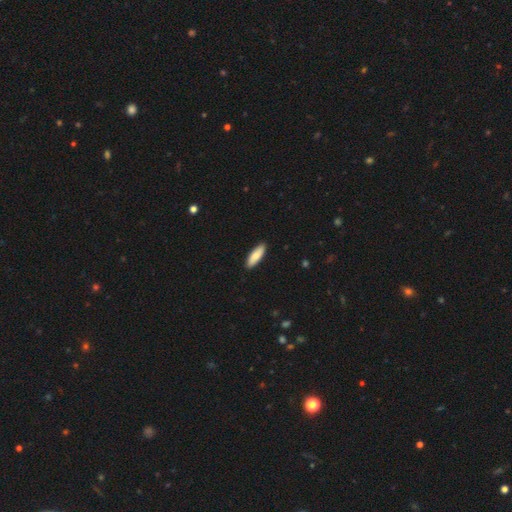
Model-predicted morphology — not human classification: Smooth or featured? smooth (84%)
How rounded? in between (50%)
Merging? none (90%)